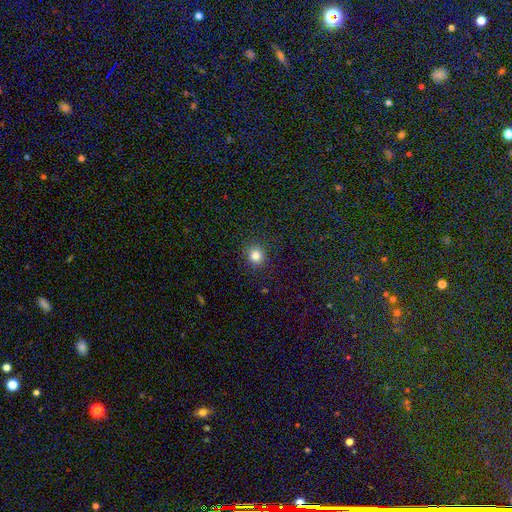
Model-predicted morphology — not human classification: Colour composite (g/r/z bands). It shows a smooth galaxy with no disk features (82%) that is round (91%). Merging: none (91%).